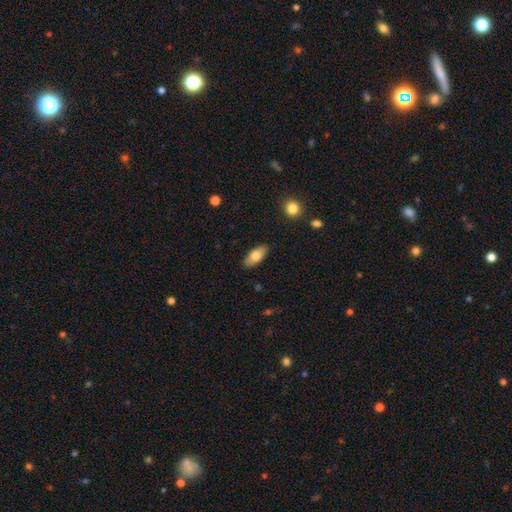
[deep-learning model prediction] Morphology: type=smooth (77%); roundness=in between (83%); merging=none (88%).